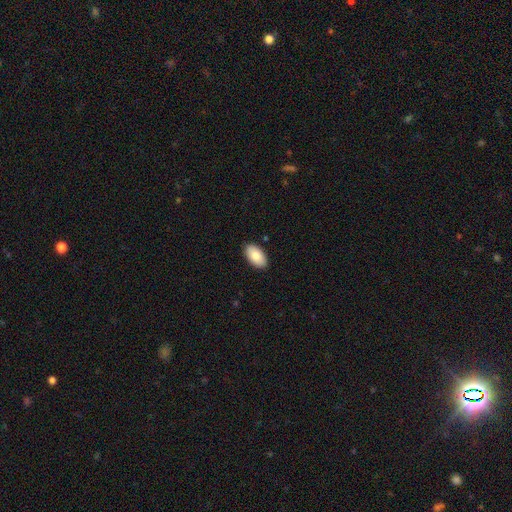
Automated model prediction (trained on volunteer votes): A smooth galaxy with no disk features (82%) that is in between round and cigar-shaped (95%).

Vote fractions:
- Smooth or featured? smooth: 82% / featured or disk: 11% / star or artifact: 6%
- How rounded? in between: 95% / round: 4% / cigar-shaped: 1%
- Merging? none: 89% / minor disturbance: 8% / major disturbance: 2% / merger: 1%